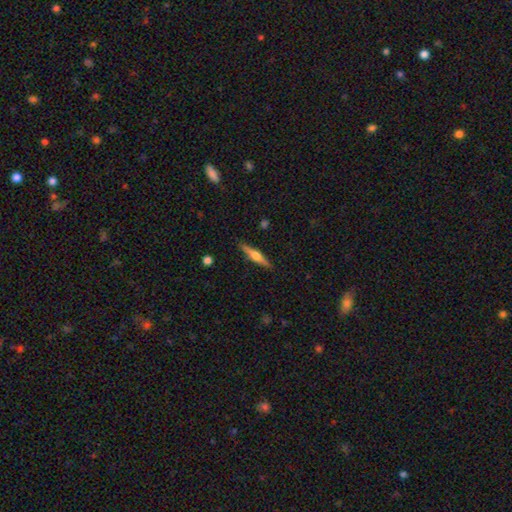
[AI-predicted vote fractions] featured or disk 67%, smooth 27%, star or artifact 6%. Down the decision tree: edge-on disk — yes (98%); edge-on bulge — rounded (91%); merging — none (90%).